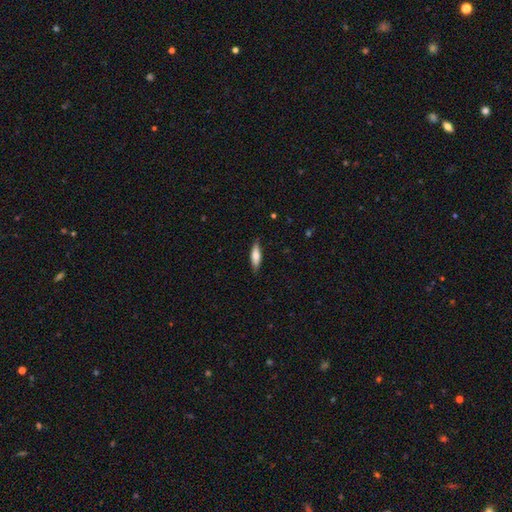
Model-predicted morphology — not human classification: Q: Smooth or featured?
A: smooth (71%); runner-up: featured or disk (23%)
Q: How rounded?
A: cigar-shaped (60%); runner-up: in between (39%)
Q: Merging?
A: none (83%); runner-up: minor disturbance (14%)